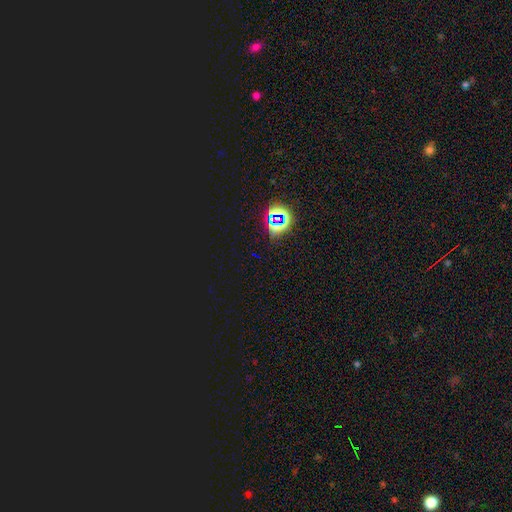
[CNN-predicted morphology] Smooth or featured? star or artifact (77%)